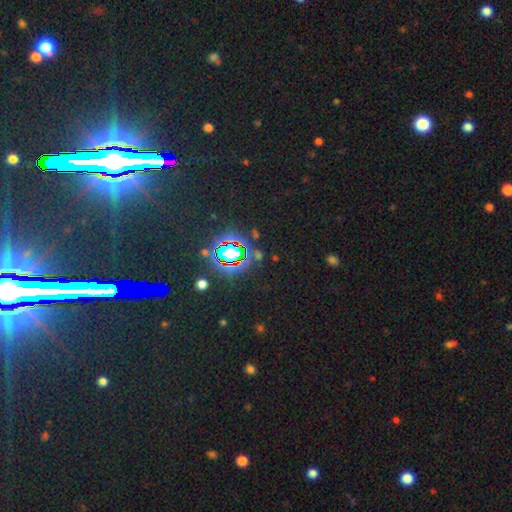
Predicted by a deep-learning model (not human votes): Smooth or featured?
  - star or artifact: 75% *
  - smooth: 15%
  - featured or disk: 9%